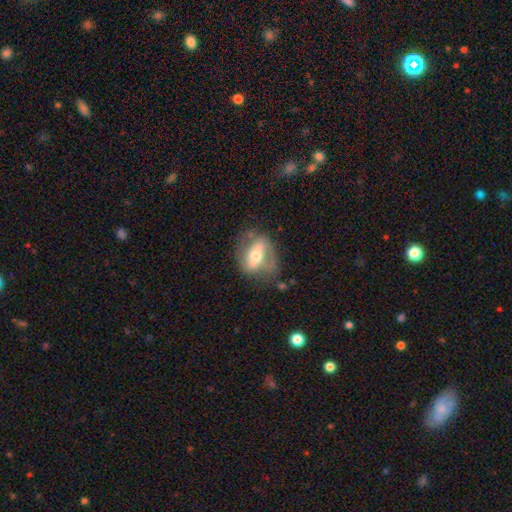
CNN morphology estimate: smooth-or-featured: featured or disk: 61% | smooth: 33% | star or artifact: 6%
  disk-edge-on: no: 88% | yes: 12%
    bar: strong: 49% | weak: 26% | no: 24%
    has-spiral-arms: yes: 54% | no: 46%
    bulge-size: moderate: 66% | small: 21% | large: 10% | dominant: 1% | none: 1%
  merging: none: 59% | minor disturbance: 23% | major disturbance: 15% | merger: 3%